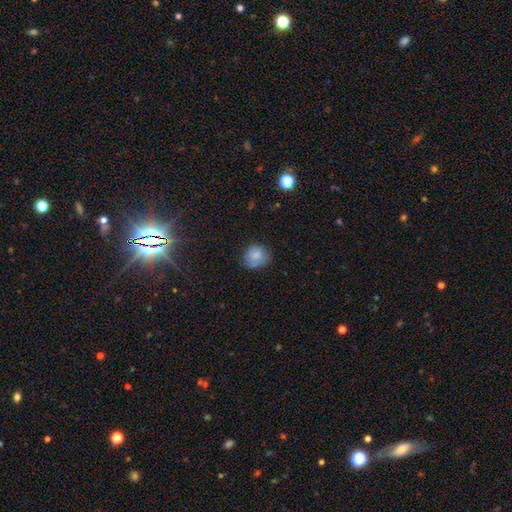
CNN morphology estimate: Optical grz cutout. It shows a smooth galaxy with no disk features (77%) that is round (71%). Merging: none (60%).